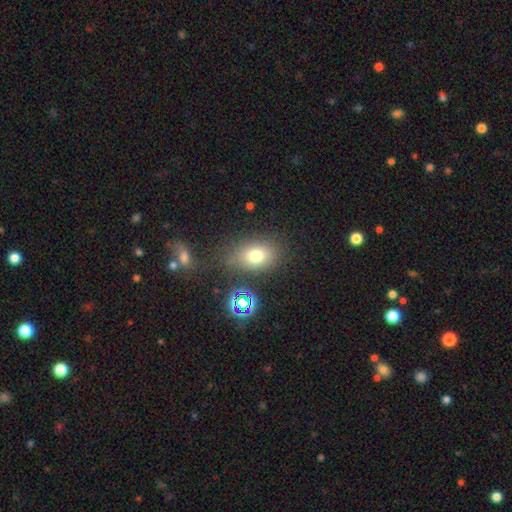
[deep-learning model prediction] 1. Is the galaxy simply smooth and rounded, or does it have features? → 72% smooth, 16% star or artifact, 12% featured or disk.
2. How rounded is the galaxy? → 71% in between, 28% round, 2% cigar-shaped.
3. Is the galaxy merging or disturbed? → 71% none, 16% minor disturbance, 7% major disturbance, 6% merger.